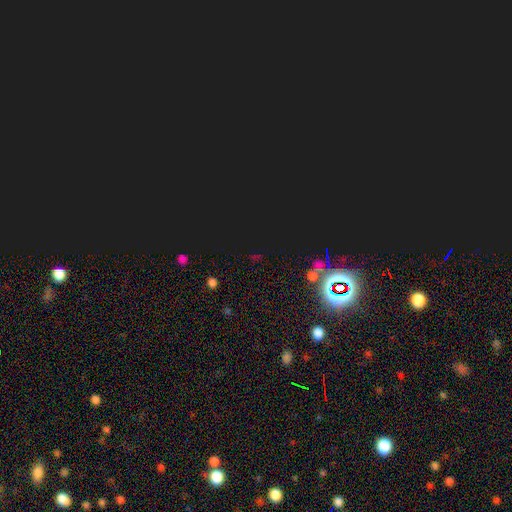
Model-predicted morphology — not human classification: Smooth or featured? Predicted: star or artifact (p=0.74).